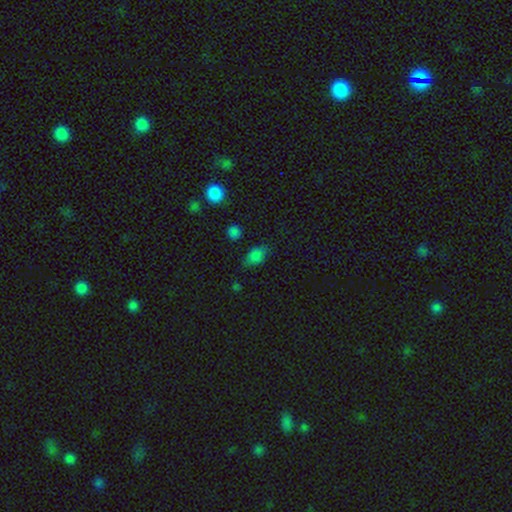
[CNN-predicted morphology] Smooth or featured?
  - smooth: 76% *
  - star or artifact: 18%
  - featured or disk: 7%
How rounded?
  - in between: 77% *
  - round: 20%
  - cigar-shaped: 3%
Merging?
  - none: 65% *
  - minor disturbance: 25%
  - major disturbance: 7%
  - merger: 3%